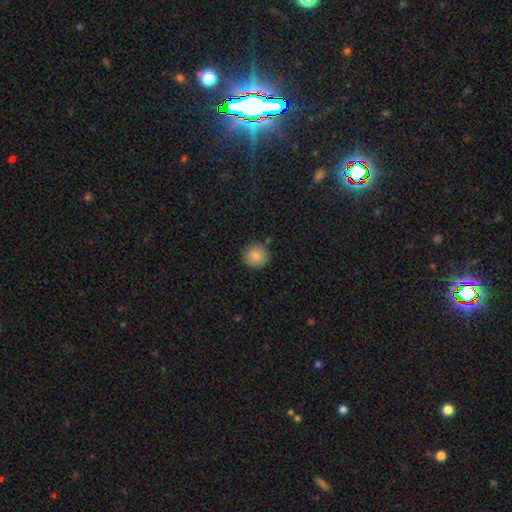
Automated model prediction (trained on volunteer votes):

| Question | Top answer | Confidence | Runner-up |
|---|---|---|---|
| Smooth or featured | smooth | 86% | star or artifact (8%) |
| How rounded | round | 91% | in between (8%) |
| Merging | none | 86% | minor disturbance (9%) |